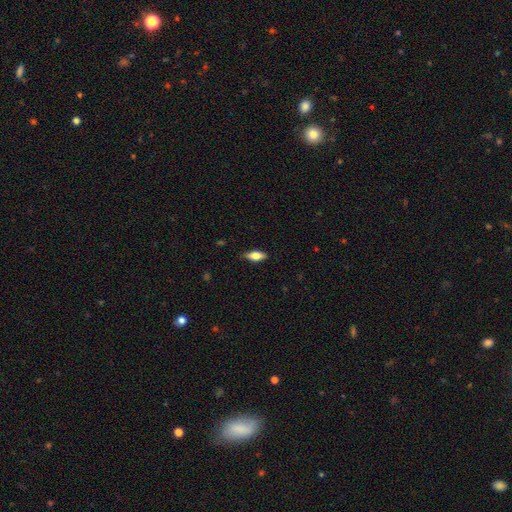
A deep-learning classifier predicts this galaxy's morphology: Smooth or featured? smooth (62%)
How rounded? in between (73%)
Merging? none (84%)